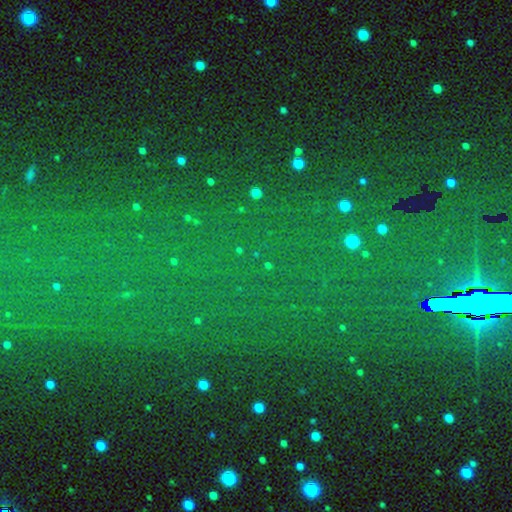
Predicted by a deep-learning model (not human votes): Smooth or featured?
  - star or artifact: 82% *
  - smooth: 9%
  - featured or disk: 8%